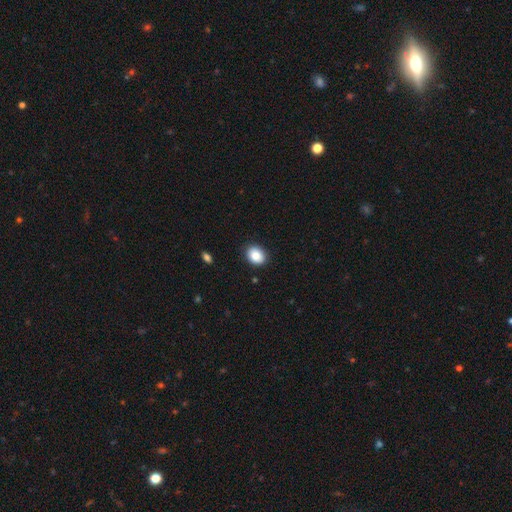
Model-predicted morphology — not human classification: A smooth galaxy with no disk features (85%) that is in between round and cigar-shaped (56%).

Vote fractions:
- Smooth or featured? smooth: 85% / star or artifact: 8% / featured or disk: 7%
- How rounded? in between: 56% / round: 43% / cigar-shaped: 1%
- Merging? none: 88% / minor disturbance: 9% / major disturbance: 2% / merger: 1%